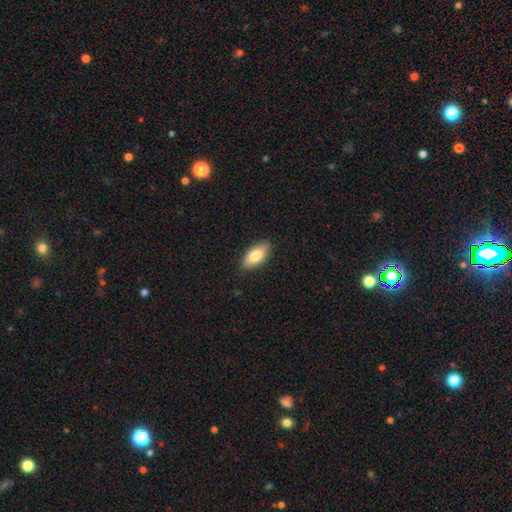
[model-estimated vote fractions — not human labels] smooth 79%, featured or disk 15%, star or artifact 6%. Down the decision tree: how rounded — in between (88%); merging — none (88%).